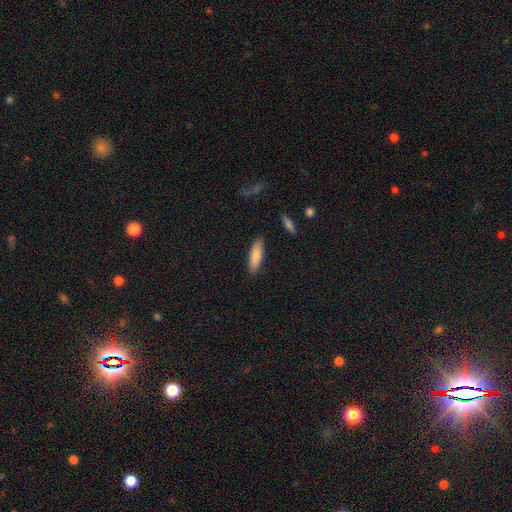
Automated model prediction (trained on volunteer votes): Smooth or featured? Predicted: smooth (p=0.86). How rounded? Predicted: cigar-shaped (p=0.49, tied with in between). Merging? Predicted: none (p=0.88).